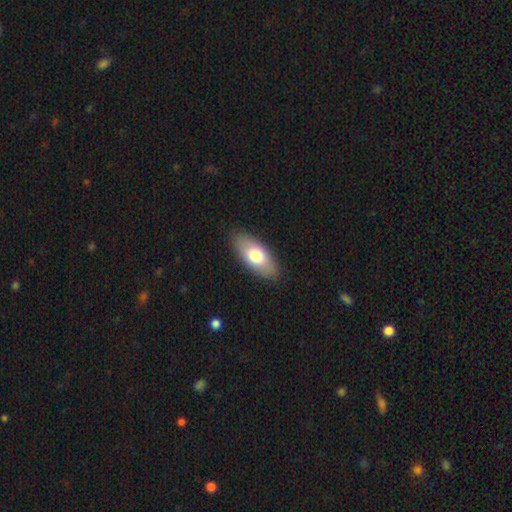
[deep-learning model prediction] Overall: smooth (72%). How rounded: in between (87%). Merging: none (88%).